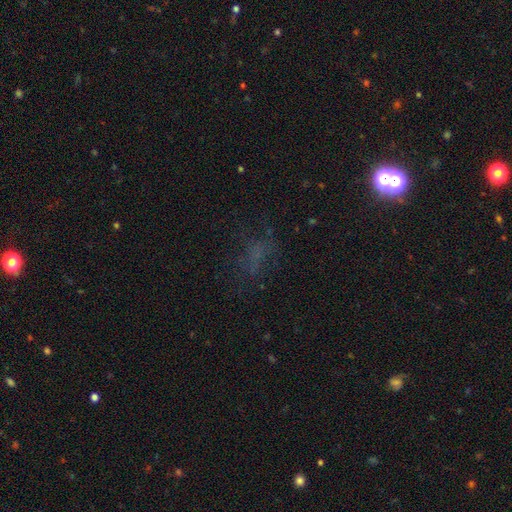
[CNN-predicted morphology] A smooth galaxy with no disk features (39%). Merging: none (57%).